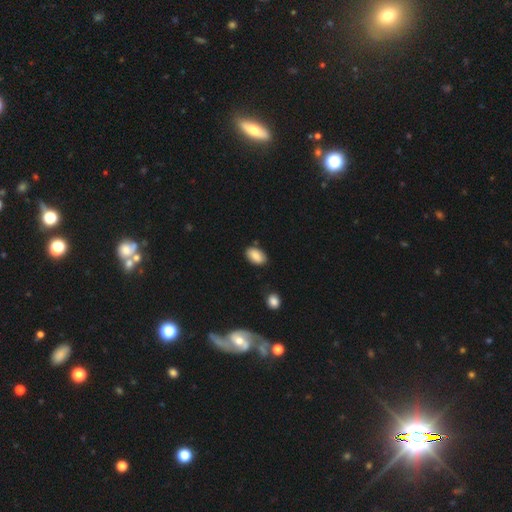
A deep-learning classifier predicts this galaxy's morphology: Smooth or featured? smooth (86%)
How rounded? in between (92%)
Merging? none (82%)